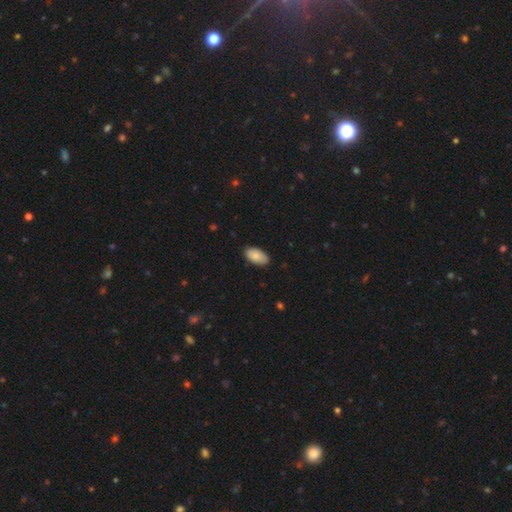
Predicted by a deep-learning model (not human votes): Smooth or featured: smooth — 87% (featured or disk — 7%)
How rounded: in between — 95% (round — 3%)
Merging: none — 85% (minor disturbance — 12%)